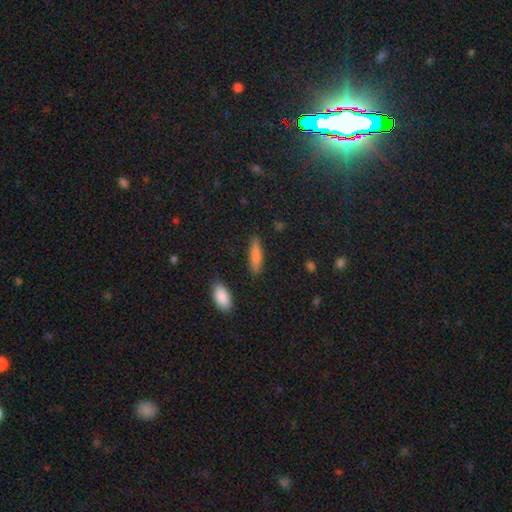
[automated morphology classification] Q: Smooth or featured?
A: smooth (79%); runner-up: featured or disk (13%)
Q: How rounded?
A: cigar-shaped (64%); runner-up: in between (34%)
Q: Merging?
A: none (86%); runner-up: minor disturbance (10%)